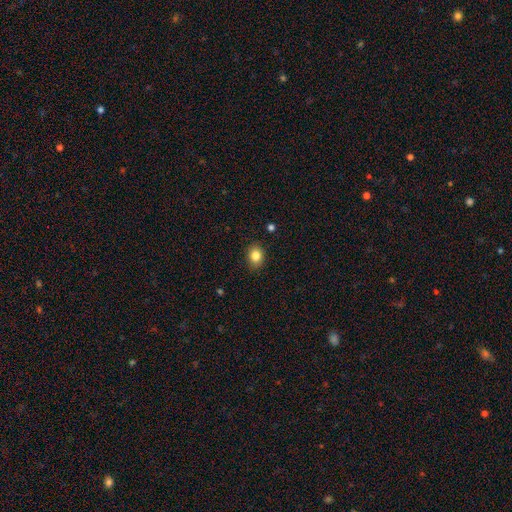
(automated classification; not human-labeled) This is clearly a smooth galaxy (84%). How rounded: possibly in between (57%). Merging: clearly none (87%).